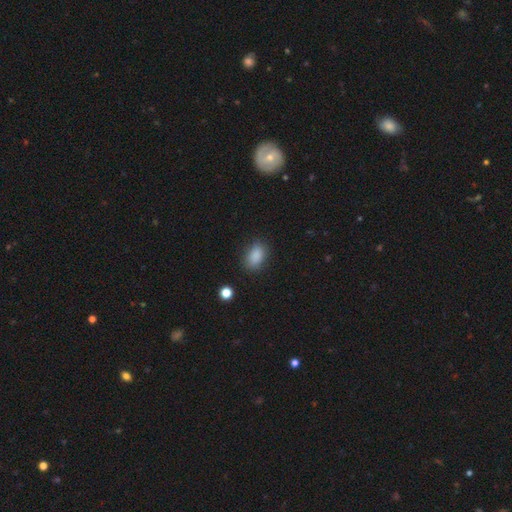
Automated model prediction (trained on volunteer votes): This is clearly a smooth galaxy (87%). How rounded: clearly in between (86%). Merging: clearly none (81%).